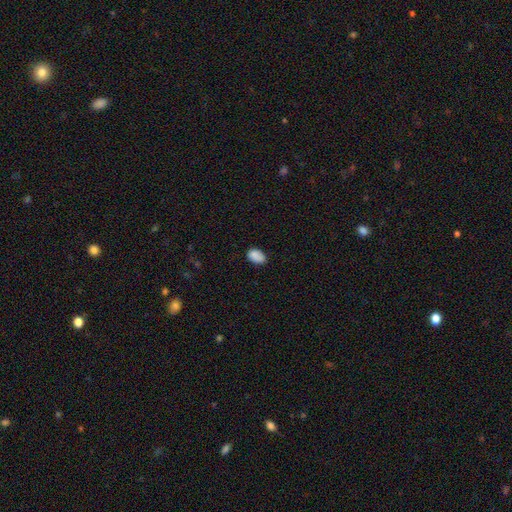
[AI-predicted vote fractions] This appears to be a smooth galaxy with no disk features (88%) that is in between round and cigar-shaped (88%). Merging: none (76%).